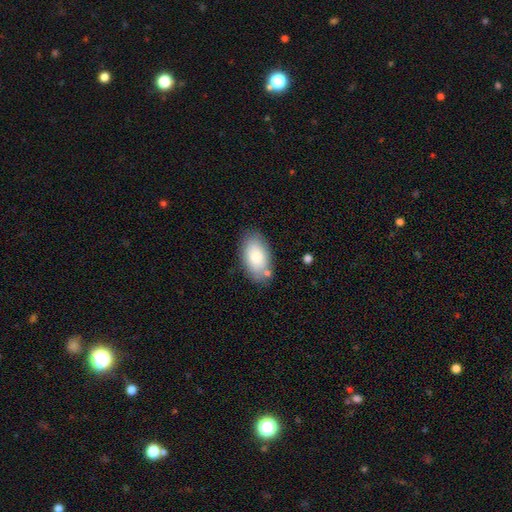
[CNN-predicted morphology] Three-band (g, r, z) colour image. It shows a smooth galaxy with no disk features (80%) that is in between round and cigar-shaped (94%). Merging: none (76%).